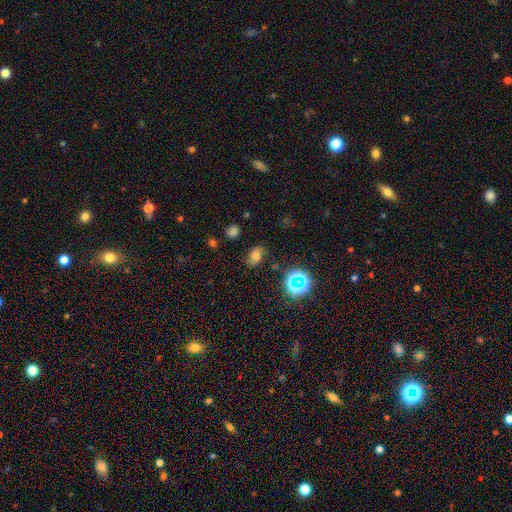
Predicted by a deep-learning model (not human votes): smooth-or-featured: smooth: 63% | star or artifact: 21% | featured or disk: 16%
  how-rounded: in between: 78% | round: 21% | cigar-shaped: 2%
  merging: none: 75% | minor disturbance: 18% | major disturbance: 5% | merger: 2%